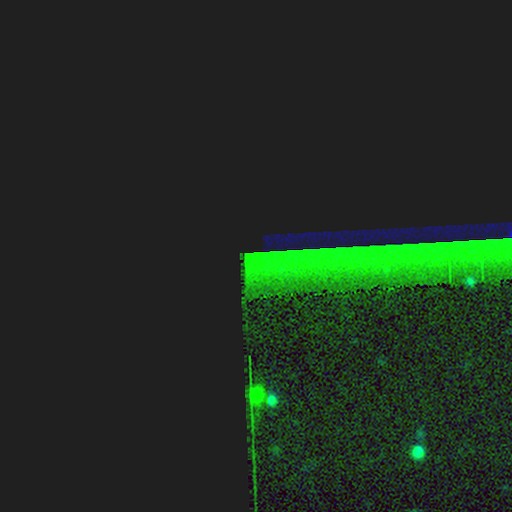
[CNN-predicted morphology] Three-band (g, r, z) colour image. It shows a star or artifact, not a galaxy (86%).